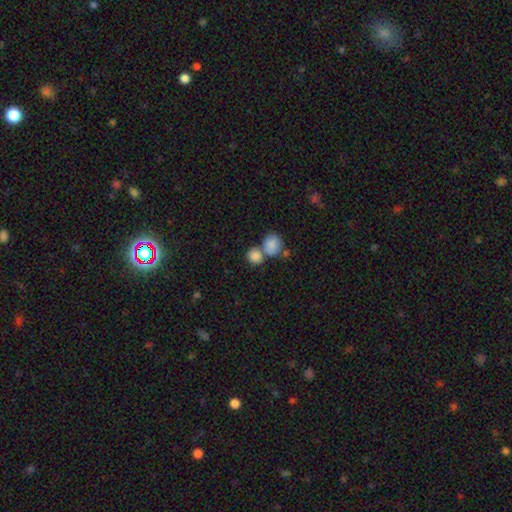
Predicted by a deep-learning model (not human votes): Smooth or featured? Predicted: smooth (p=0.85). How rounded? Predicted: round (p=0.73). Merging? Predicted: merger (p=0.51).